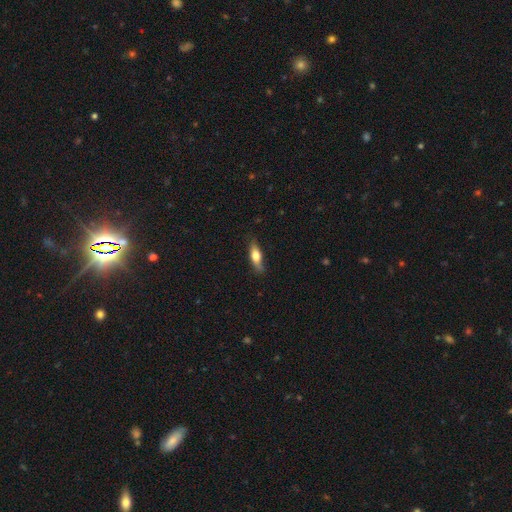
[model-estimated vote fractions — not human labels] Smooth or featured? Predicted: smooth (p=0.64). How rounded? Predicted: in between (p=0.49). Merging? Predicted: none (p=0.78).